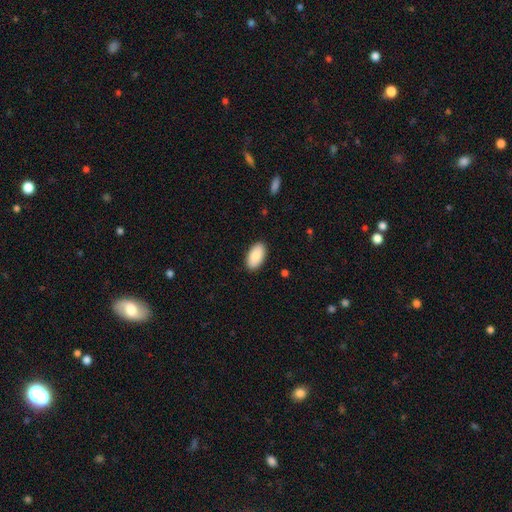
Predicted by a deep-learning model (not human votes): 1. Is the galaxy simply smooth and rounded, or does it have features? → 88% smooth, 6% featured or disk, 6% star or artifact.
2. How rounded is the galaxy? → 96% in between, 2% round, 2% cigar-shaped.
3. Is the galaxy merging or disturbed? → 89% none, 8% minor disturbance, 2% major disturbance, 1% merger.